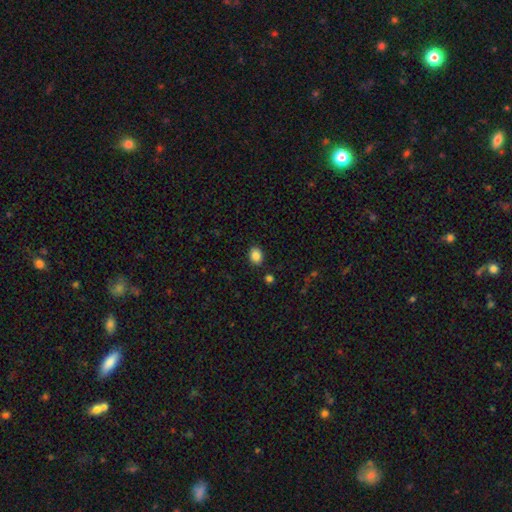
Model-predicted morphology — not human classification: smooth_or_featured: smooth (p=0.87) [alt: star or artifact p=0.09]
how_rounded: in between (p=0.62) [alt: round p=0.37]
merging: none (p=0.87) [alt: minor disturbance p=0.08]